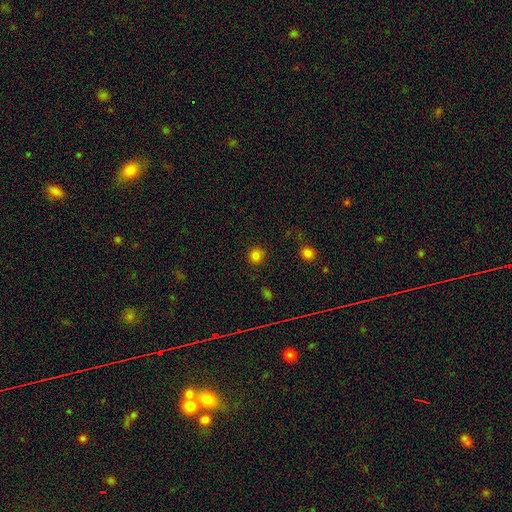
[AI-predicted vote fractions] Overall: smooth (79%). How rounded: round (90%). Merging: none (88%).